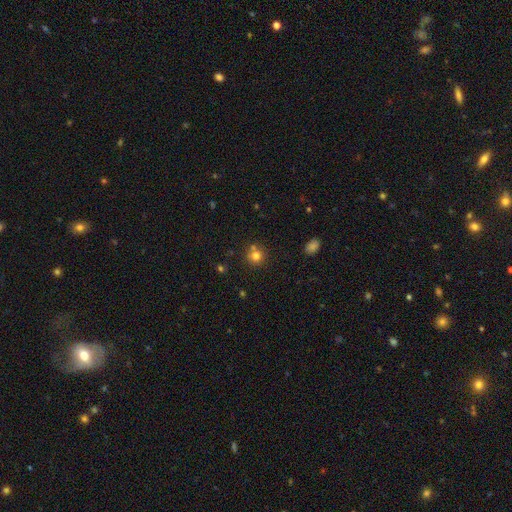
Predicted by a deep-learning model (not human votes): Smooth or featured? smooth (76%)
How rounded? round (91%)
Merging? none (70%)